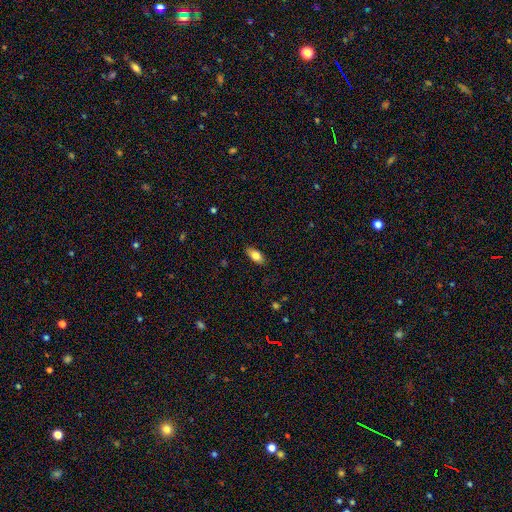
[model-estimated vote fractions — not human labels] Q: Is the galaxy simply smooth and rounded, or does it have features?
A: smooth — 80%.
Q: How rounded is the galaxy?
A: in between — 87%.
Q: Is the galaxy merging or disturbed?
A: none — 84%.